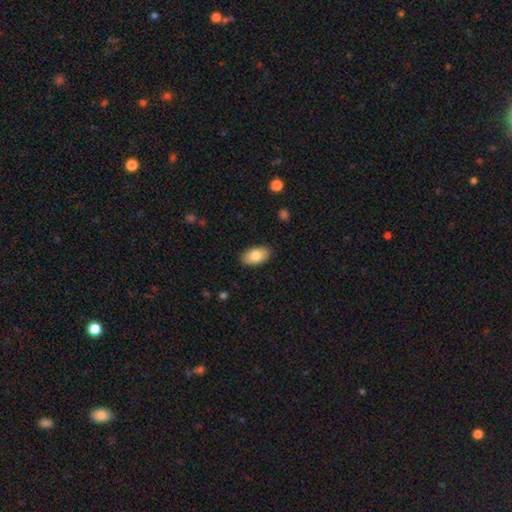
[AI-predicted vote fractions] Smooth or featured? smooth (80%)
How rounded? in between (94%)
Merging? none (88%)